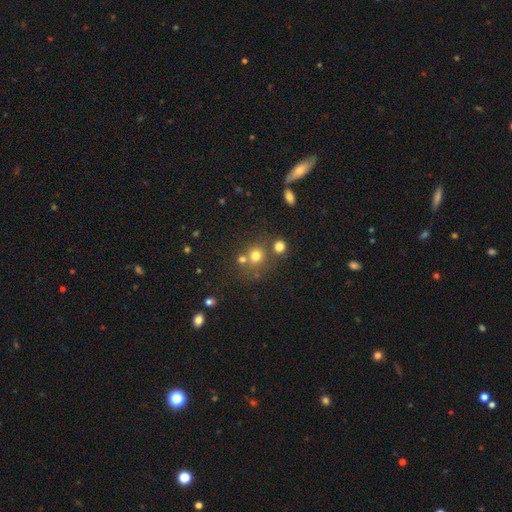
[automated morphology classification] smooth_or_featured: smooth (p=0.72) [alt: star or artifact p=0.18]
how_rounded: round (p=0.85) [alt: in between p=0.14]
merging: none (p=0.63) [alt: merger p=0.23]